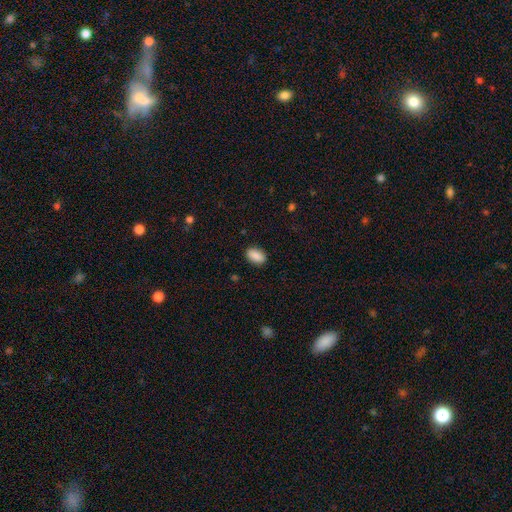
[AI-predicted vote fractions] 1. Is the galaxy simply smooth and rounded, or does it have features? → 89% smooth, 7% star or artifact, 4% featured or disk.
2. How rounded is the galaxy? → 91% in between, 7% round, 2% cigar-shaped.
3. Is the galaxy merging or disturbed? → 88% none, 9% minor disturbance, 2% major disturbance, 1% merger.